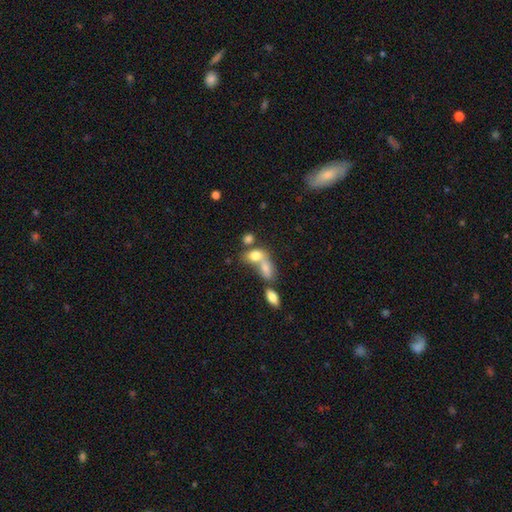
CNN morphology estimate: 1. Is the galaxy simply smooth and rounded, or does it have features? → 75% smooth, 15% featured or disk, 10% star or artifact.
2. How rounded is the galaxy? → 73% in between, 23% round, 3% cigar-shaped.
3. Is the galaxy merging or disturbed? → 63% merger, 23% none, 8% minor disturbance, 6% major disturbance.